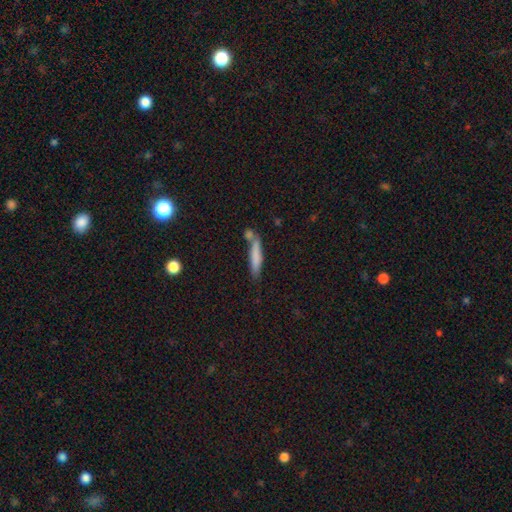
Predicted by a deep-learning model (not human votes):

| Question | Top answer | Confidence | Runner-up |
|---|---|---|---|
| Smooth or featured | smooth | 76% | featured or disk (17%) |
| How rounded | cigar-shaped | 86% | in between (12%) |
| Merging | none | 62% | merger (19%) |